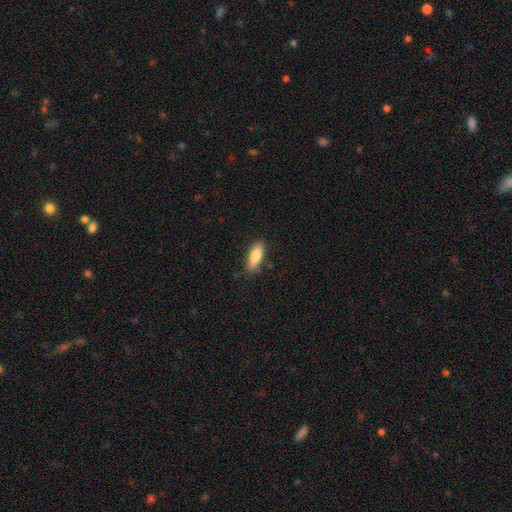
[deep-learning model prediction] A smooth galaxy with no disk features (81%) that is in between round and cigar-shaped (66%). Merging: none (81%).